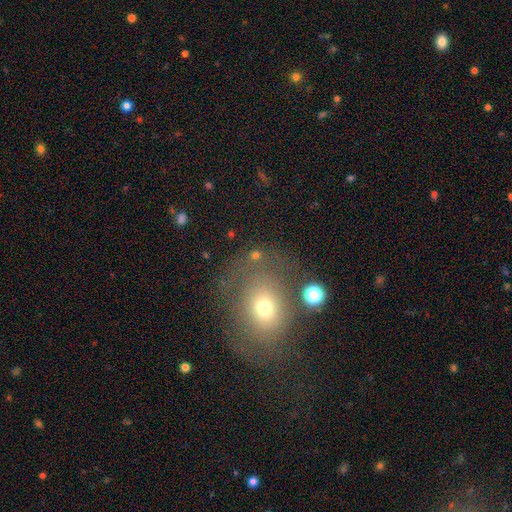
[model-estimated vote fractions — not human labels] smooth 62%, star or artifact 20%, featured or disk 17%. Down the decision tree: how rounded — round (51%); merging — none (62%).